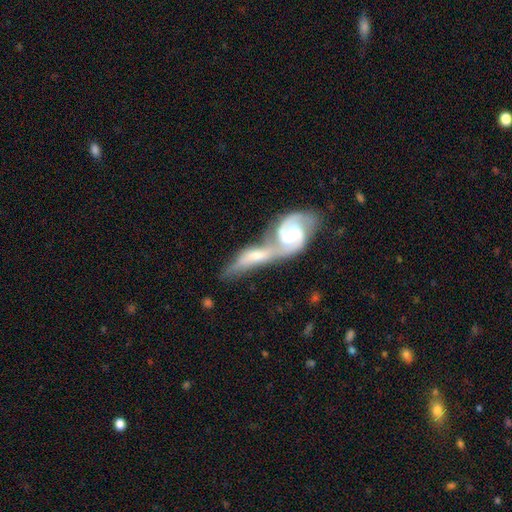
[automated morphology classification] This is likely a featured or disk galaxy (79%). It is clearly not viewed edge-on (87%). Bar: marginally weak (44%). Spiral arm pattern: clearly yes (94%). Spiral arm count: clearly 2 (85%). Spiral winding: possibly medium (47%). Central bulge: possibly moderate (47%). Merging: likely merger (74%).